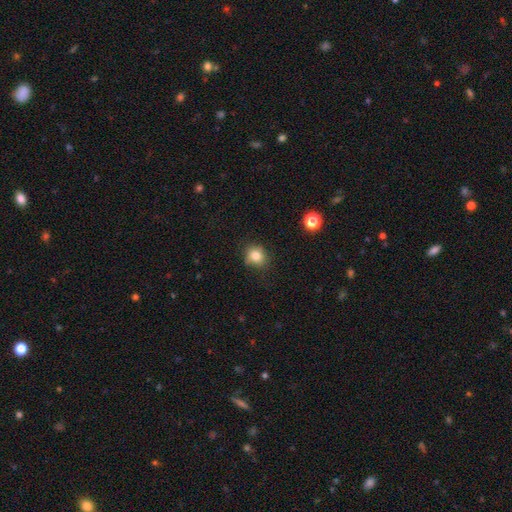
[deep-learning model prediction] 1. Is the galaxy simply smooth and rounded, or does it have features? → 81% smooth, 12% star or artifact, 7% featured or disk.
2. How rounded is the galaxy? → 79% round, 20% in between, 1% cigar-shaped.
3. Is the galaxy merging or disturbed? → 75% none, 19% minor disturbance, 4% major disturbance, 2% merger.